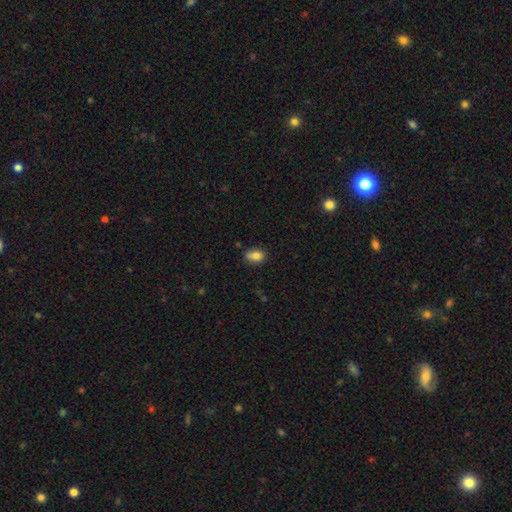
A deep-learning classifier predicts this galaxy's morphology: Smooth or featured? Predicted: smooth (p=0.84). How rounded? Predicted: in between (p=0.83). Merging? Predicted: none (p=0.73).